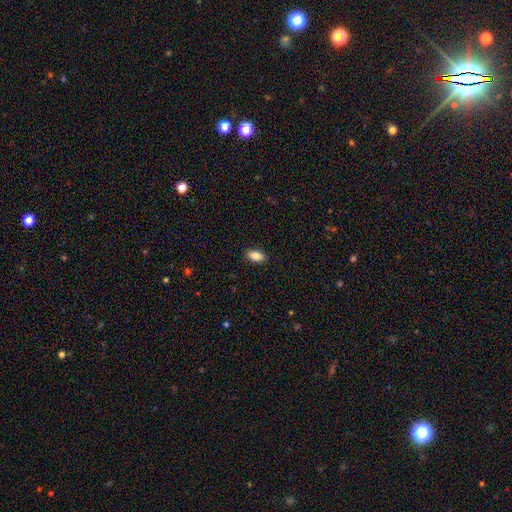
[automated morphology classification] This appears to be a smooth galaxy with no disk features (85%) that is in between round and cigar-shaped (91%). Merging: none (89%).